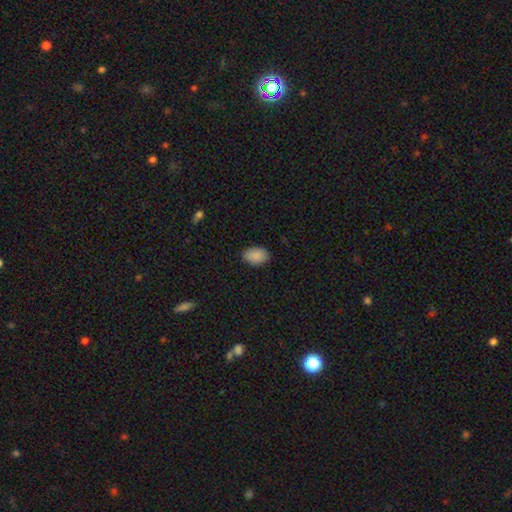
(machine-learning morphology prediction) The model was most divided on "how rounded": in between: 87%, round: 12%, cigar-shaped: 1%. More confident: smooth or featured — smooth (90%); merging — none (87%).